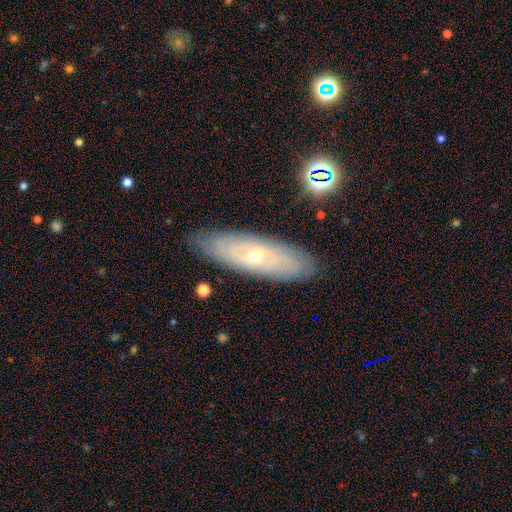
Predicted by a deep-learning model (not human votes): Smooth or featured? featured or disk (67%)
Edge-on disk? no (77%)
Bar? no (70%)
Spiral arms? yes (61%)
Bulge size? small (64%)
Merging? none (84%)